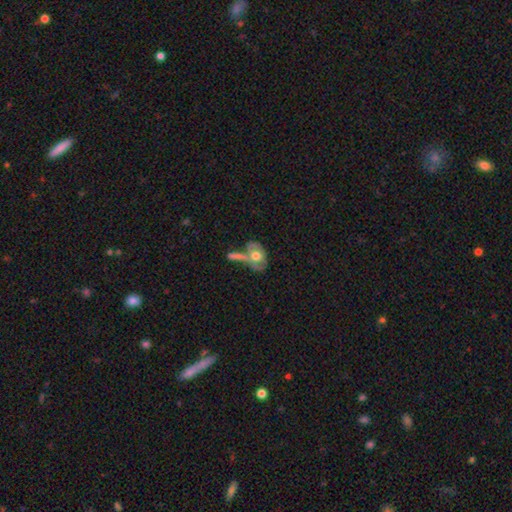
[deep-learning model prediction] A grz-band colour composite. It shows a smooth galaxy with no disk features (47%). Merging: merger (39%).